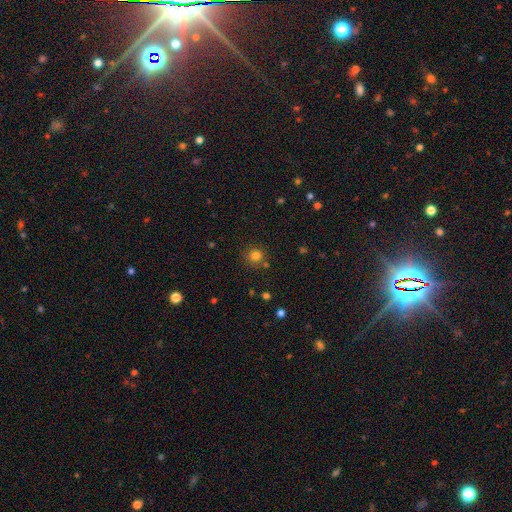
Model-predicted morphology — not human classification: smooth_or_featured: smooth (p=0.79) [alt: star or artifact p=0.15]
how_rounded: round (p=0.92) [alt: in between p=0.07]
merging: none (p=0.81) [alt: minor disturbance p=0.09]